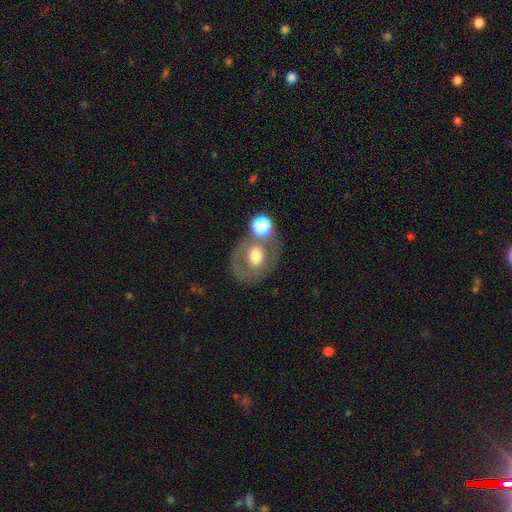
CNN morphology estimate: This appears to be a smooth galaxy with no disk features (52%) that is round (53%). Merging: none (55%).